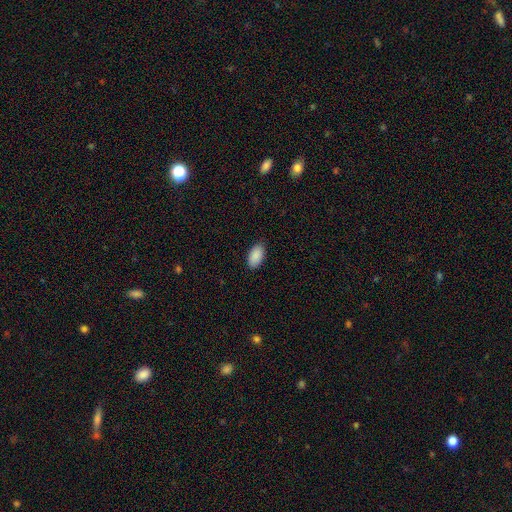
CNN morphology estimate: smooth_or_featured: smooth (p=0.91) [alt: star or artifact p=0.06]
how_rounded: in between (p=0.95) [alt: round p=0.03]
merging: none (p=0.87) [alt: minor disturbance p=0.10]